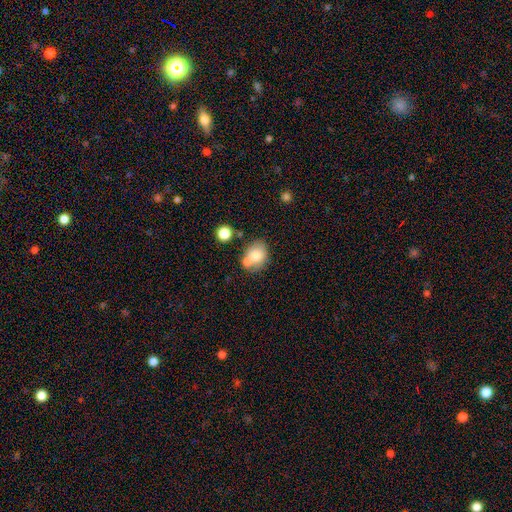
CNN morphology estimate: Smooth or featured? smooth (75%)
How rounded? in between (52%)
Merging? none (55%)